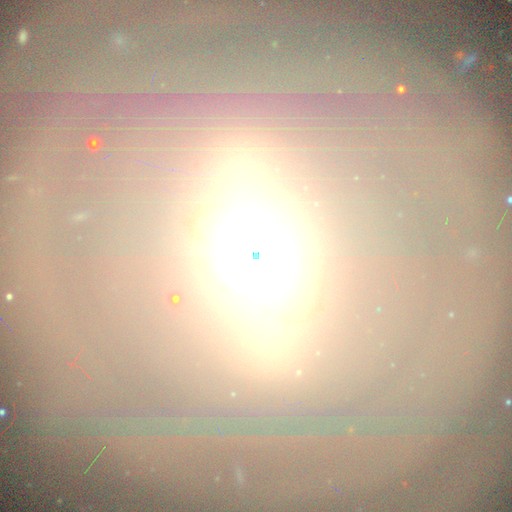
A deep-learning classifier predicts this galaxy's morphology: A featured or disk galaxy (43%).

Vote fractions:
- Smooth or featured? featured or disk: 43% / smooth: 31% / star or artifact: 25%
- Merging? none: 83% / minor disturbance: 9% / major disturbance: 5% / merger: 3%